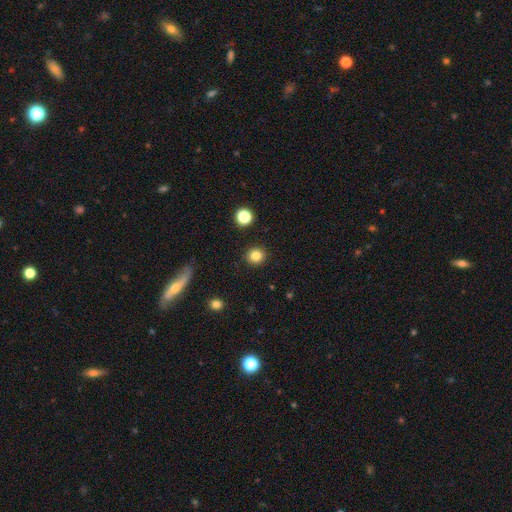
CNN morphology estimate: Smooth or featured? smooth (84%)
How rounded? round (90%)
Merging? none (90%)